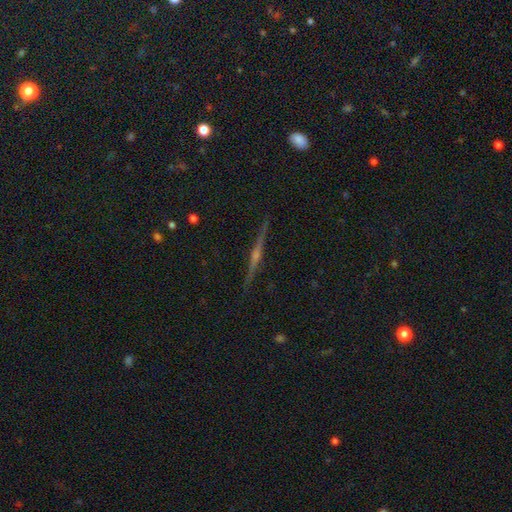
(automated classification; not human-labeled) Overall: featured or disk (79%). Edge-on disk: yes (98%). Edge-on bulge: rounded (78%). Merging: none (92%).